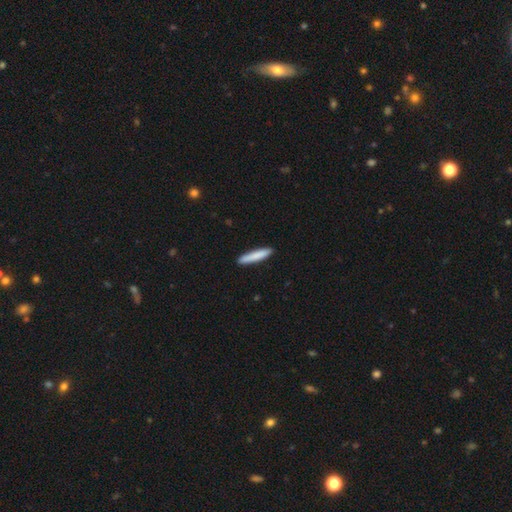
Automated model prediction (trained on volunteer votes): Smooth or featured? smooth (84%)
How rounded? cigar-shaped (91%)
Merging? none (90%)